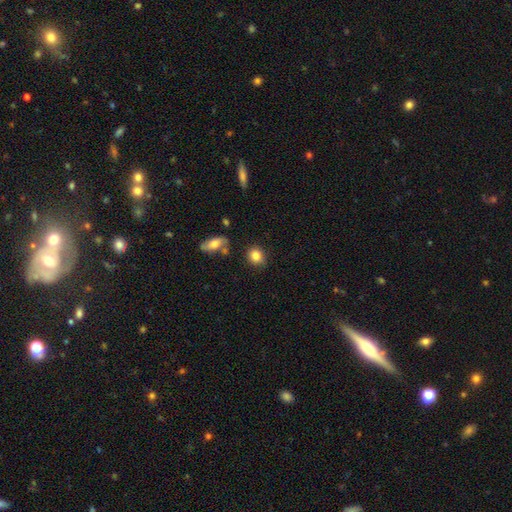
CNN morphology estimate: A smooth galaxy with no disk features (84%) that is round (69%). Merging: none (82%).